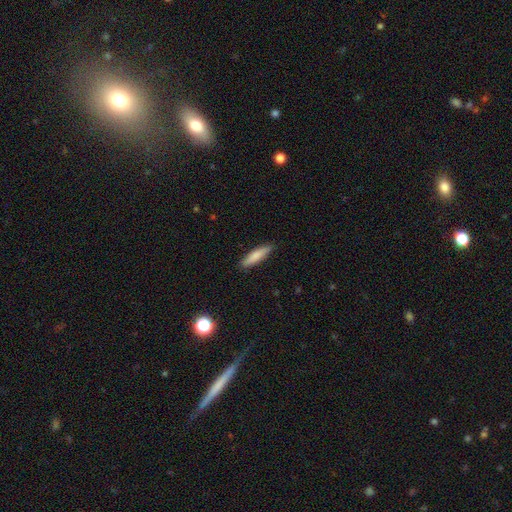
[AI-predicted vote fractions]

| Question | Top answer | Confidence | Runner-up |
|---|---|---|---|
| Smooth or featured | smooth | 81% | featured or disk (13%) |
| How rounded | cigar-shaped | 79% | in between (20%) |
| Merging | none | 89% | minor disturbance (8%) |